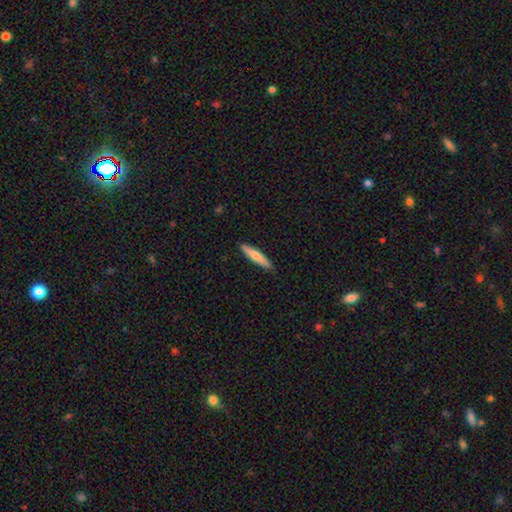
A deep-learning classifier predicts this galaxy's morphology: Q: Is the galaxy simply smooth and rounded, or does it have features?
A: smooth — 68%.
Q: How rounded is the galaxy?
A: cigar-shaped — 90%.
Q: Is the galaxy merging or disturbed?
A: none — 90%.